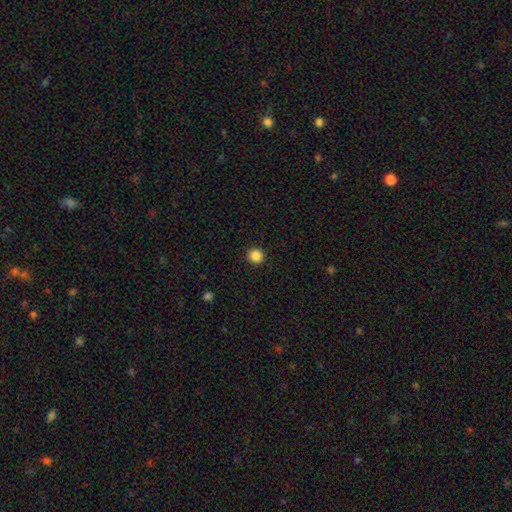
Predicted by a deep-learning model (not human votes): smooth_or_featured: smooth (p=0.86) [alt: star or artifact p=0.11]
how_rounded: round (p=0.94) [alt: in between p=0.05]
merging: none (p=0.92) [alt: minor disturbance p=0.05]